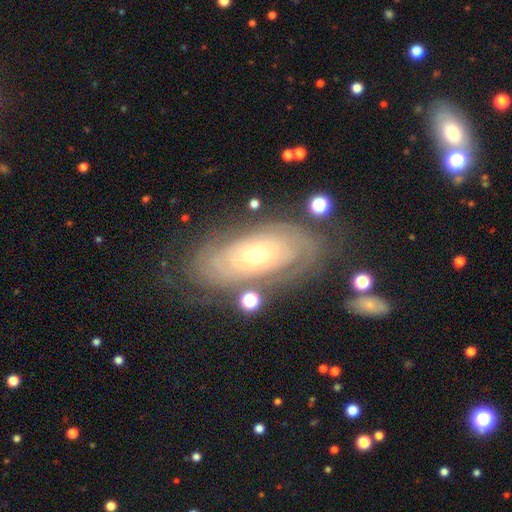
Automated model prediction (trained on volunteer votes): smooth_or_featured: featured or disk (p=0.78) [alt: smooth p=0.15]
disk_edge_on: no (p=0.92) [alt: yes p=0.08]
bar: no (p=0.85) [alt: weak p=0.11]
has_spiral_arms: yes (p=0.86) [alt: no p=0.14]
spiral_winding: tight (p=0.82) [alt: medium p=0.13]
spiral_arm_count: can't tell (p=0.56) [alt: 2 p=0.16]
bulge_size: small (p=0.67) [alt: moderate p=0.28]
merging: none (p=0.73) [alt: minor disturbance p=0.16]